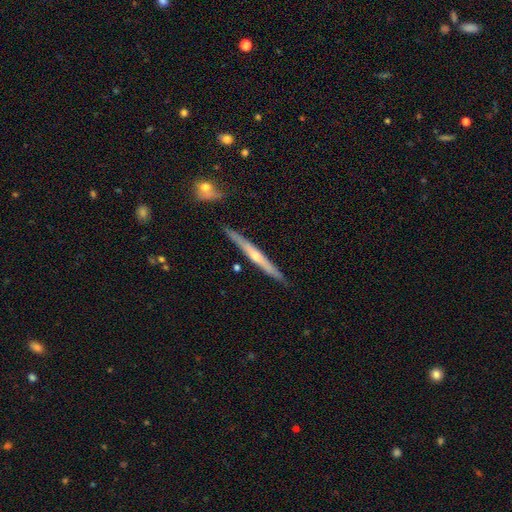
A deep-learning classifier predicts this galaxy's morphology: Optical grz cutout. It shows a featured or disk galaxy (69%) viewed edge-on (97%) with a rounded central bulge (67%). Merging: none (86%).